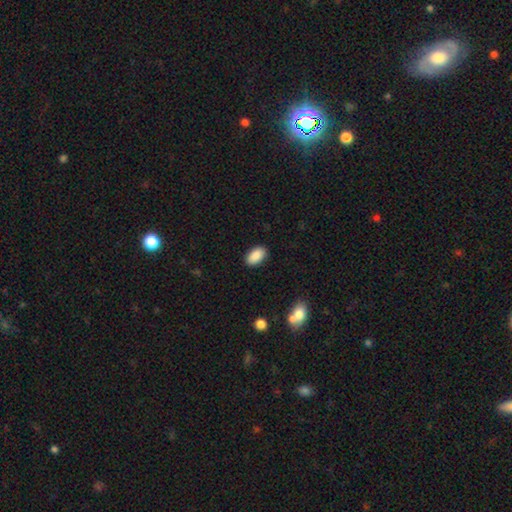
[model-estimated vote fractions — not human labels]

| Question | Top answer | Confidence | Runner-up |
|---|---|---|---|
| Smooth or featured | smooth | 89% | star or artifact (7%) |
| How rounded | in between | 93% | round (5%) |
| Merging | none | 89% | minor disturbance (8%) |